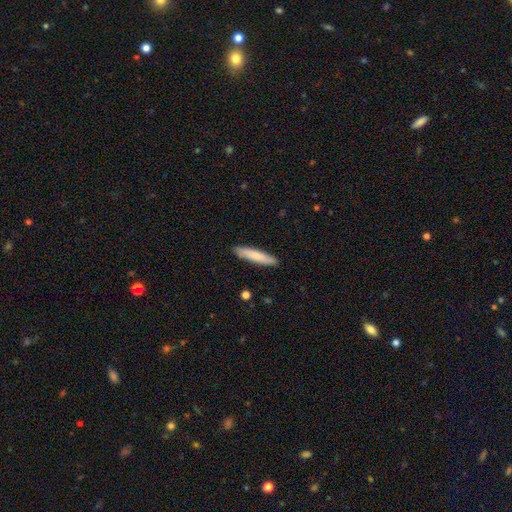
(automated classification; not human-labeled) Smooth or featured: smooth — 78% (featured or disk — 17%)
How rounded: cigar-shaped — 89% (in between — 10%)
Merging: none — 90% (minor disturbance — 8%)